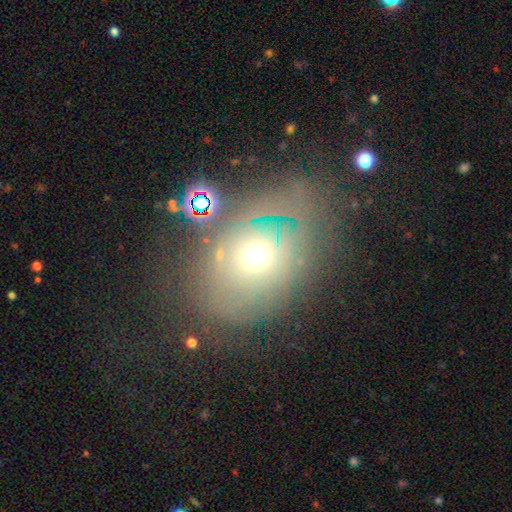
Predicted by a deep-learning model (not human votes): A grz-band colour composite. It shows a featured or disk galaxy (59%) with no bar (86%), spiral arms (56%) and a moderate central bulge (56%). Merging: none (58%).